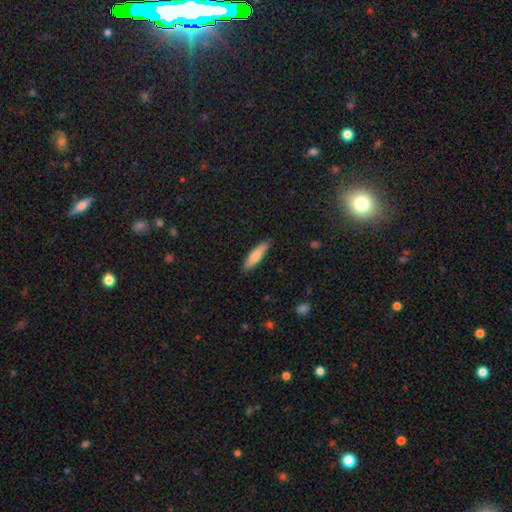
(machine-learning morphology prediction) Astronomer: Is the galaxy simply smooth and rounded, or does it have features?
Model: smooth — 77%.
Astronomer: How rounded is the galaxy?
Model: cigar-shaped — 72%.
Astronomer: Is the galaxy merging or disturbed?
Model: none — 87%.